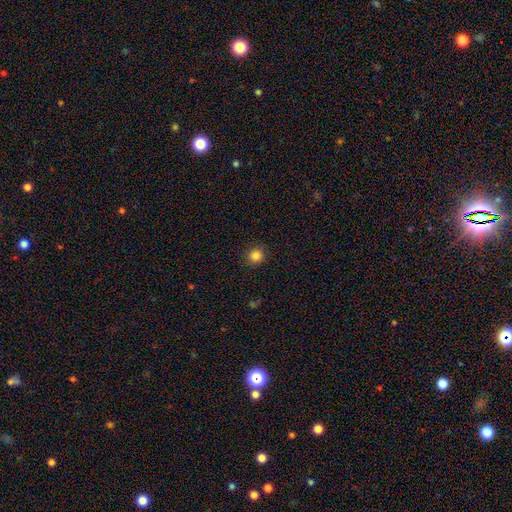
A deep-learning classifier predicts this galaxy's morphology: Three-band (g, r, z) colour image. It shows a smooth galaxy with no disk features (85%) that is round (92%). Merging: none (90%).